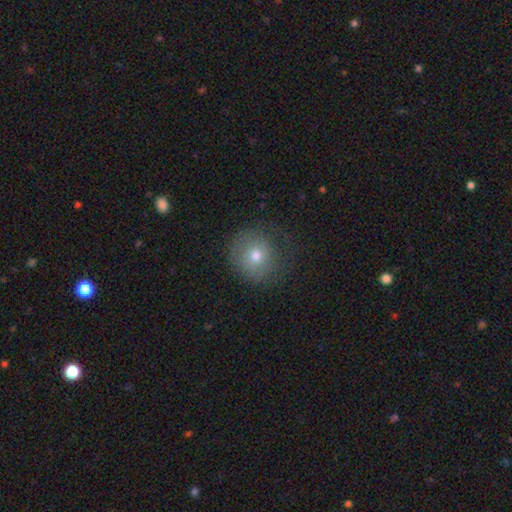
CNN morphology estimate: A smooth galaxy with no disk features (65%) that is round (90%).

Vote fractions:
- Smooth or featured? smooth: 65% / featured or disk: 22% / star or artifact: 13%
- How rounded? round: 90% / in between: 9% / cigar-shaped: 1%
- Merging? none: 72% / minor disturbance: 17% / major disturbance: 10% / merger: 1%